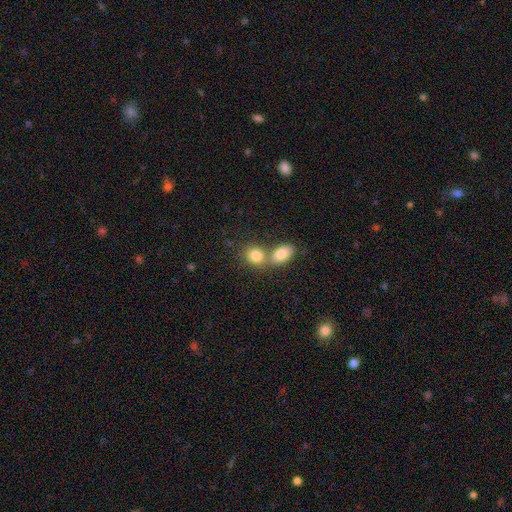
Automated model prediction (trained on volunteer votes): Smooth or featured? smooth (82%)
How rounded? round (50%)
Merging? merger (56%)